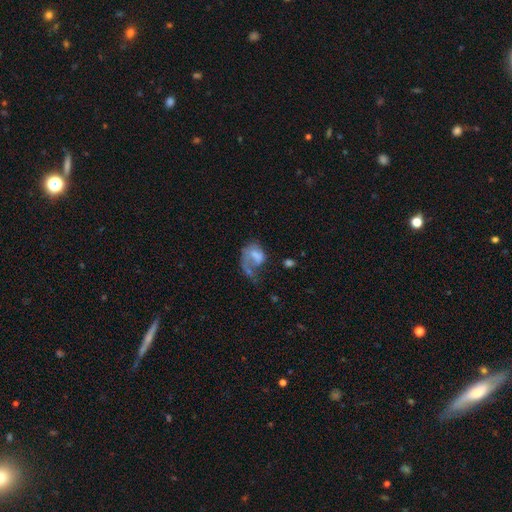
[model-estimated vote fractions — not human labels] smooth_or_featured: featured or disk (p=0.48) [alt: smooth p=0.43]
merging: major disturbance (p=0.56) [alt: none p=0.21]